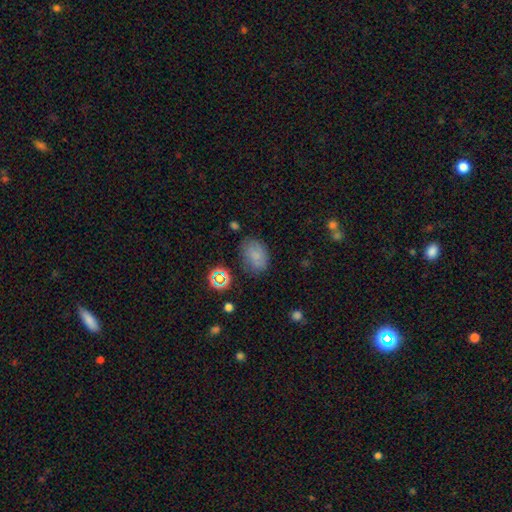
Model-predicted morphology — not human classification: Smooth or featured? Predicted: smooth (p=0.76). How rounded? Predicted: in between (p=0.80). Merging? Predicted: none (p=0.72).